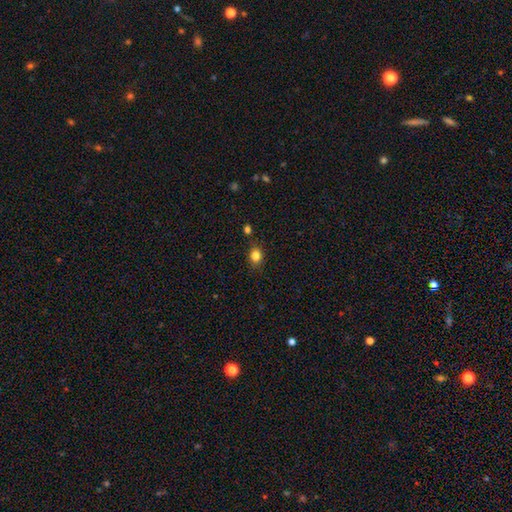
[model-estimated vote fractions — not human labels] Q: Smooth or featured?
A: smooth (82%); runner-up: star or artifact (12%)
Q: How rounded?
A: round (54%); runner-up: in between (45%)
Q: Merging?
A: none (81%); runner-up: minor disturbance (13%)